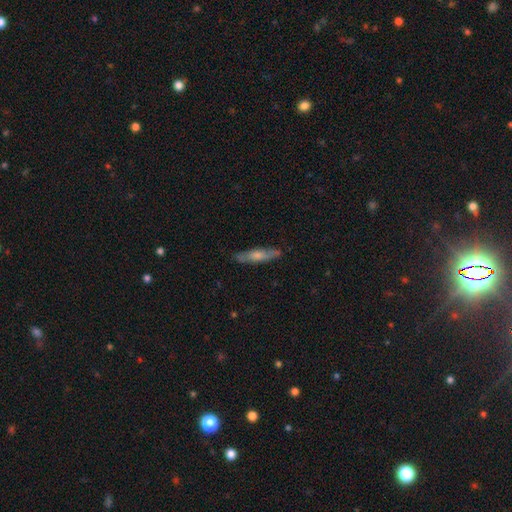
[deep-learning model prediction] Smooth or featured? Predicted: featured or disk (p=0.48). Merging? Predicted: none (p=0.86).